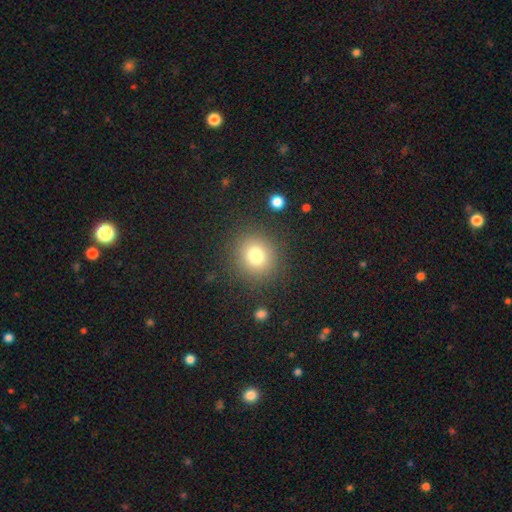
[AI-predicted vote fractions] Morphology: type=smooth (77%); roundness=round (88%); merging=none (87%).